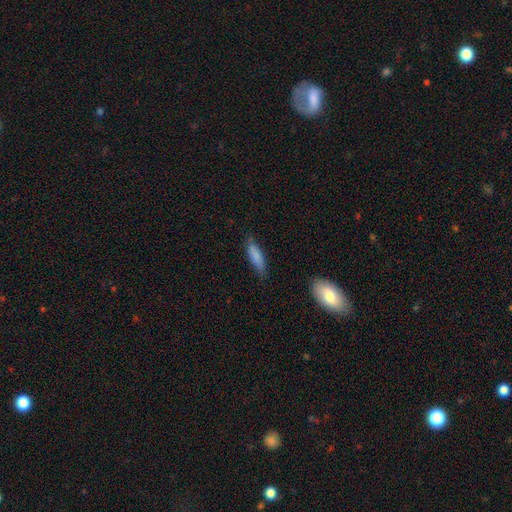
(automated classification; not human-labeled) smooth 82%, featured or disk 11%, star or artifact 7%. Down the decision tree: how rounded — cigar-shaped (55%); merging — none (71%).